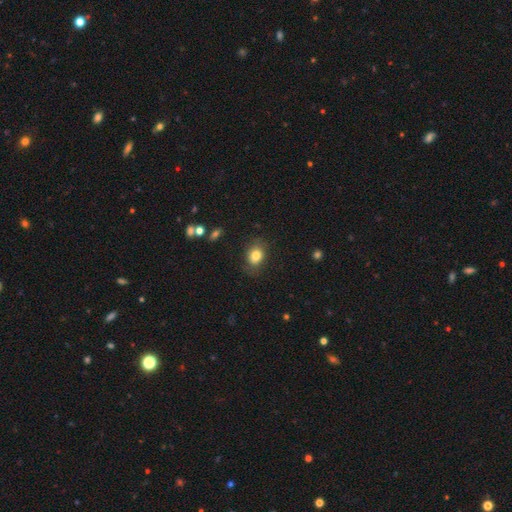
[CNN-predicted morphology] A smooth galaxy with no disk features (82%) that is in between round and cigar-shaped (60%). Merging: none (75%).